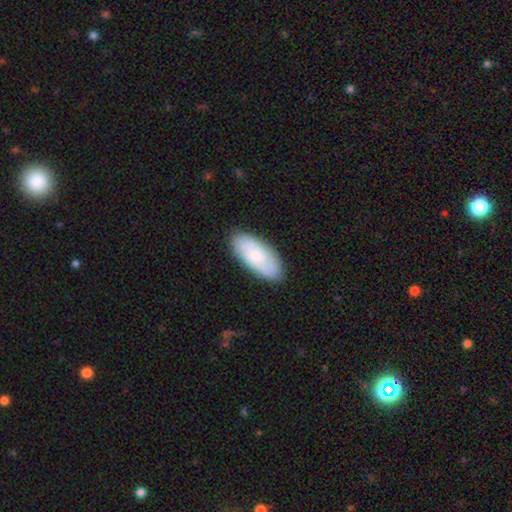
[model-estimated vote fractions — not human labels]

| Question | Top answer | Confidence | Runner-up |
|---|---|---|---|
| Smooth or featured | smooth | 68% | featured or disk (26%) |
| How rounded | in between | 86% | cigar-shaped (12%) |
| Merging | none | 85% | minor disturbance (12%) |